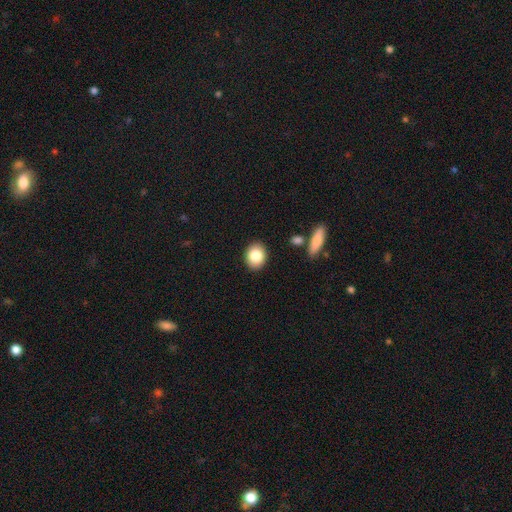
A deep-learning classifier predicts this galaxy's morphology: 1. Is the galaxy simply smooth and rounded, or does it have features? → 84% smooth, 8% featured or disk, 8% star or artifact.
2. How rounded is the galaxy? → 52% in between, 47% round, 1% cigar-shaped.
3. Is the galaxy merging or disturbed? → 88% none, 8% minor disturbance, 2% merger, 2% major disturbance.